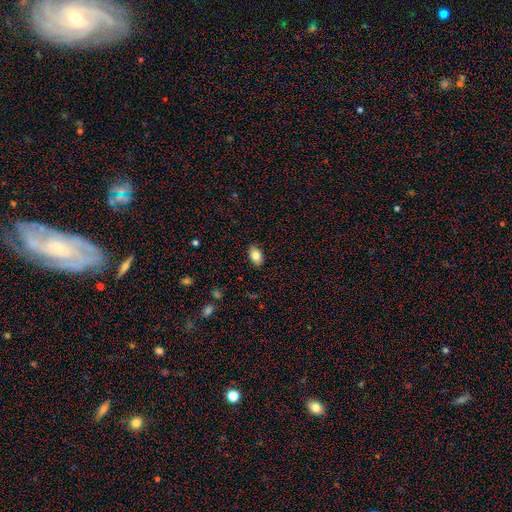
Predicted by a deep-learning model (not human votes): smooth-or-featured: smooth: 82% | featured or disk: 10% | star or artifact: 8%
  how-rounded: in between: 88% | round: 10% | cigar-shaped: 2%
  merging: none: 87% | minor disturbance: 10% | major disturbance: 2% | merger: 1%